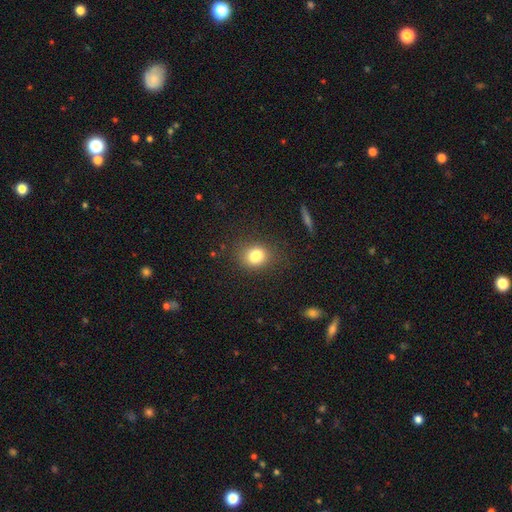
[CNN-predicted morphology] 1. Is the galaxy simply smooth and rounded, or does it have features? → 81% smooth, 11% star or artifact, 8% featured or disk.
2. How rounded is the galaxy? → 52% round, 47% in between, 1% cigar-shaped.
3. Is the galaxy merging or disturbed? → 74% none, 16% minor disturbance, 6% major disturbance, 3% merger.